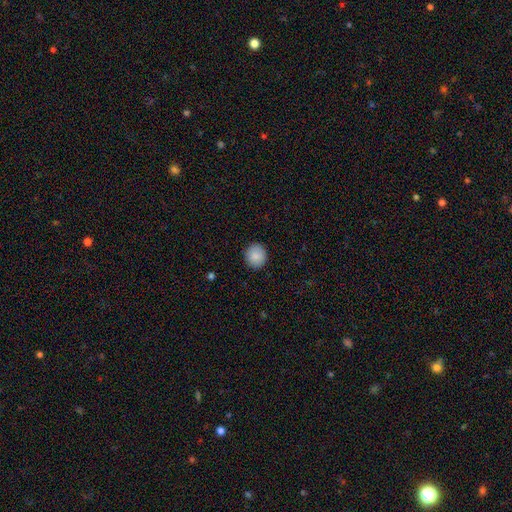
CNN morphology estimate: Overall: smooth (89%). How rounded: round (86%). Merging: none (91%).